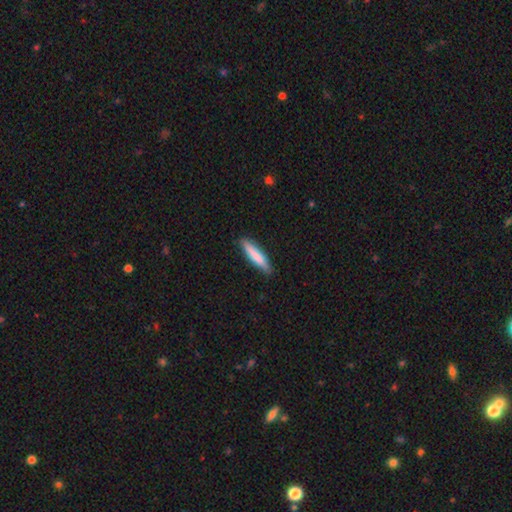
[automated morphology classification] smooth_or_featured: smooth (p=0.79) [alt: featured or disk p=0.16]
how_rounded: cigar-shaped (p=0.86) [alt: in between p=0.13]
merging: none (p=0.86) [alt: minor disturbance p=0.11]